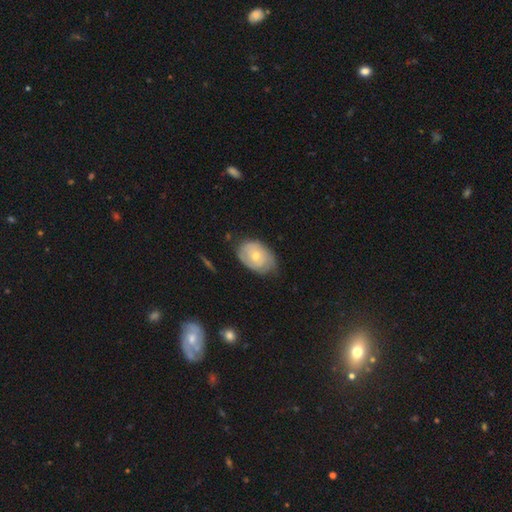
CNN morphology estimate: Smooth or featured: featured or disk — 51% (smooth — 43%)
Edge-on disk: no — 94% (yes — 6%)
Merging: none — 67% (minor disturbance — 26%)